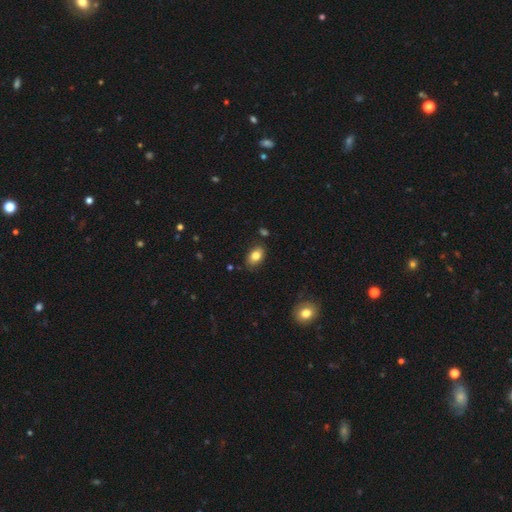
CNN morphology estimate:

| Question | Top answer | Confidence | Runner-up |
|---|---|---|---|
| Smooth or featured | smooth | 82% | featured or disk (10%) |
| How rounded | in between | 86% | round (12%) |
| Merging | none | 81% | minor disturbance (15%) |